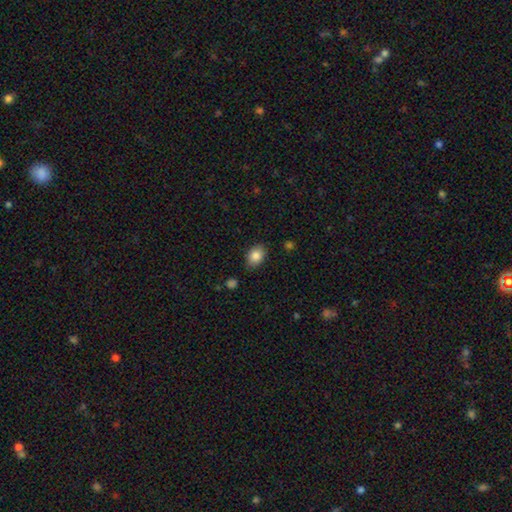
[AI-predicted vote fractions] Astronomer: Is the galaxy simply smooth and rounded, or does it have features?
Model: smooth — 85%.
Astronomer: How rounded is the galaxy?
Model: in between — 72%.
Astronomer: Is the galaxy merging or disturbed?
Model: none — 83%.